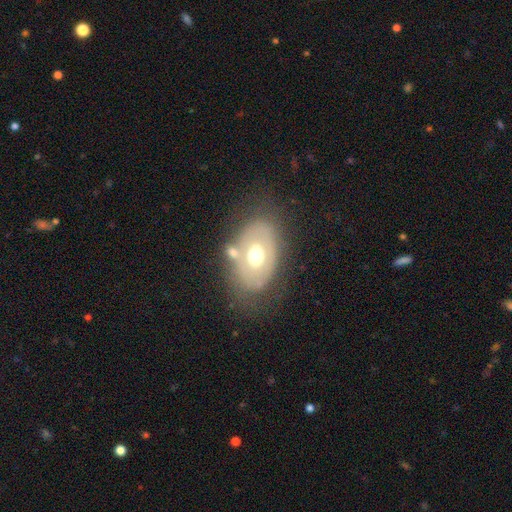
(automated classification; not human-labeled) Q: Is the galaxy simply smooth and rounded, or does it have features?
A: featured or disk — 49%.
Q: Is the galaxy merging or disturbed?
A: none — 58%.